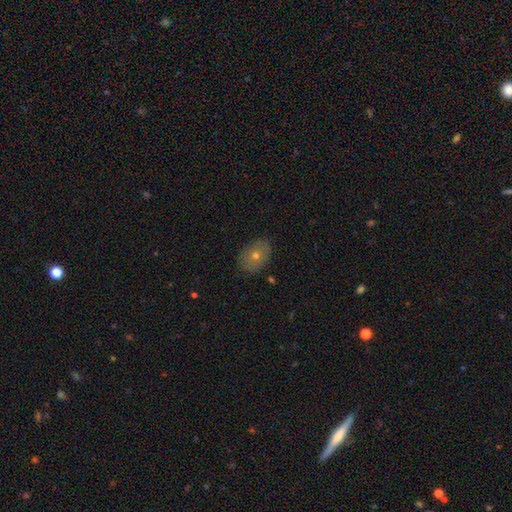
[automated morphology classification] Smooth or featured: smooth — 62% (featured or disk — 26%)
How rounded: in between — 75% (round — 24%)
Merging: none — 84% (minor disturbance — 12%)